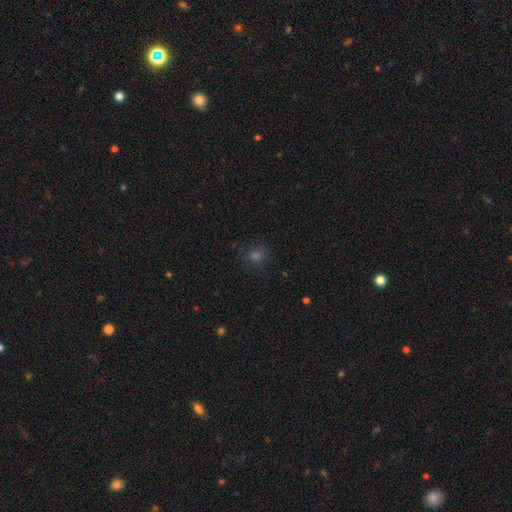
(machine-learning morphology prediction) A smooth galaxy with no disk features (59%) that is round (84%).

Vote fractions:
- Smooth or featured? smooth: 59% / star or artifact: 32% / featured or disk: 9%
- How rounded? round: 84% / in between: 15% / cigar-shaped: 1%
- Merging? none: 82% / minor disturbance: 11% / major disturbance: 5% / merger: 2%